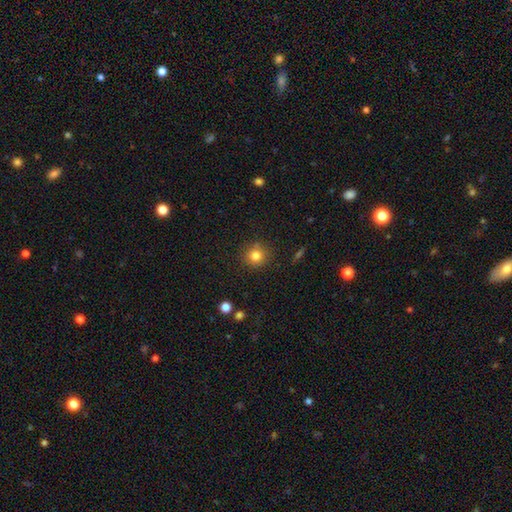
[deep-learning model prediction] smooth_or_featured: smooth (p=0.81) [alt: star or artifact p=0.12]
how_rounded: round (p=0.92) [alt: in between p=0.07]
merging: none (p=0.87) [alt: minor disturbance p=0.08]